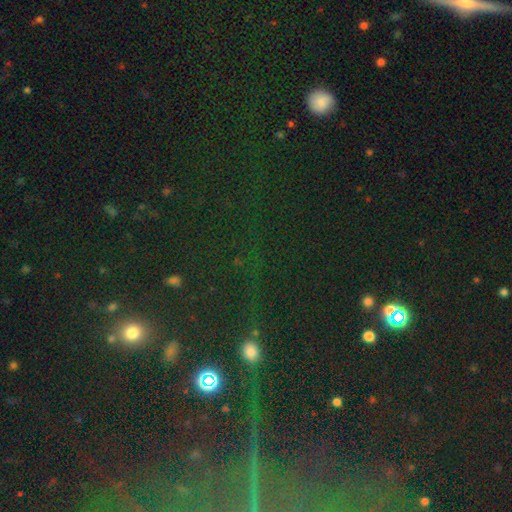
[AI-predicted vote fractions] Smooth or featured? Predicted: star or artifact (p=0.74).